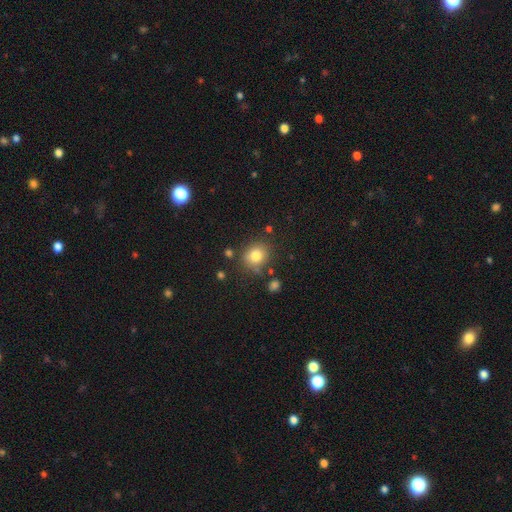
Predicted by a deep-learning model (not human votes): This is clearly a smooth galaxy (81%). How rounded: likely round (74%). Merging: likely none (78%).